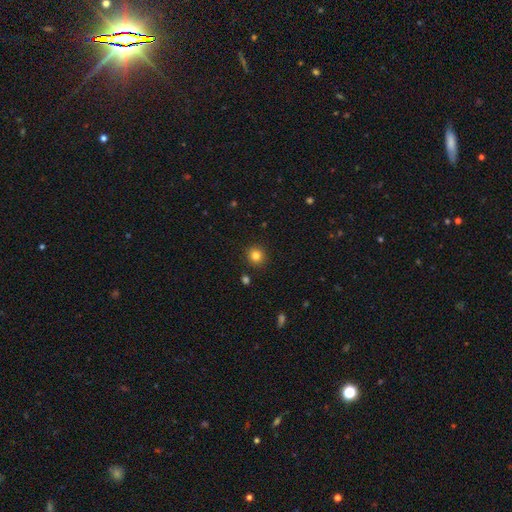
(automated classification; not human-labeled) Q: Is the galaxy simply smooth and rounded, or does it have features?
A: smooth — 82%.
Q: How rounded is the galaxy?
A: round — 91%.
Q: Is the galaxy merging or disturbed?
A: none — 90%.